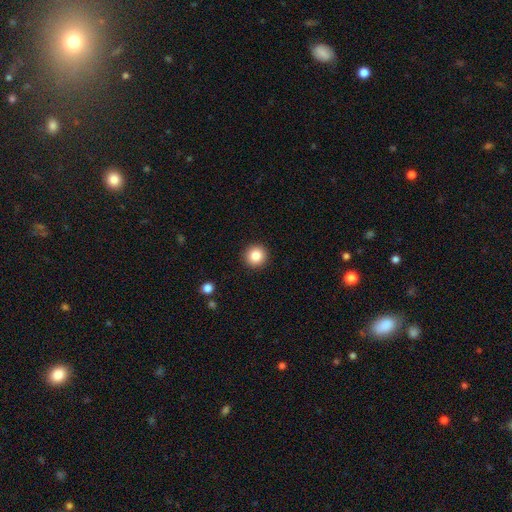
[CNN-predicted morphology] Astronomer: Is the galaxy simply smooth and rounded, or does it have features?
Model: smooth — 85%.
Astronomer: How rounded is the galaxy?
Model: round — 95%.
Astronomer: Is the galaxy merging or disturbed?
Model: none — 93%.